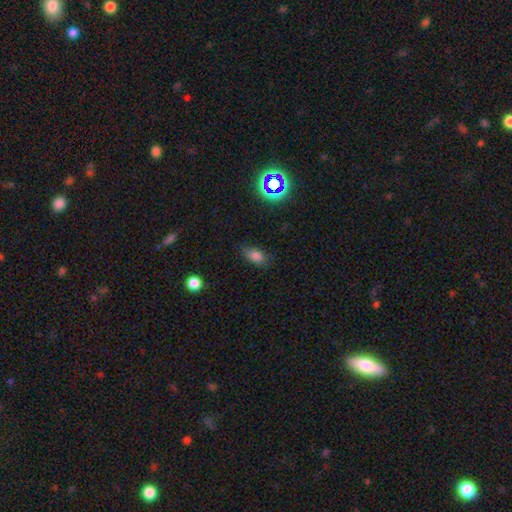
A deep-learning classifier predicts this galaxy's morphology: smooth 77%, star or artifact 15%, featured or disk 7%. Down the decision tree: how rounded — in between (87%); merging — none (75%).